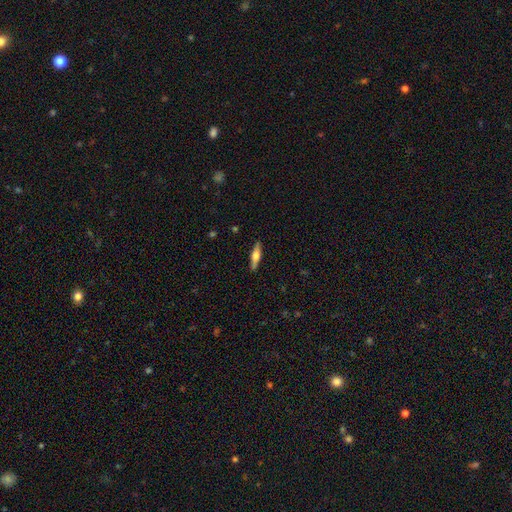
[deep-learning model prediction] Smooth or featured? Predicted: featured or disk (p=0.50). Edge-on disk? Predicted: yes (p=0.93). Merging? Predicted: none (p=0.89).